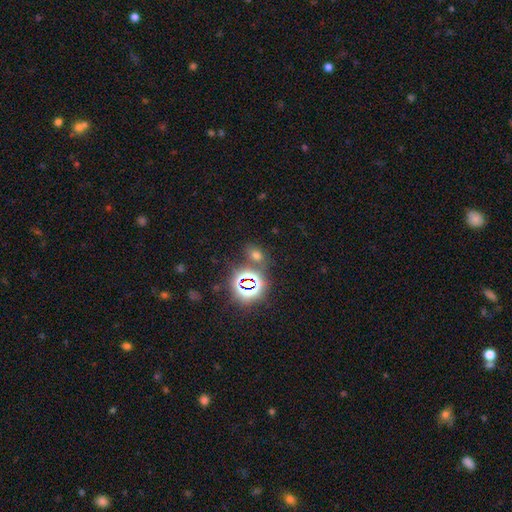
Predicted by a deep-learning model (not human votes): Overall: smooth (52%; star or artifact 40%). How rounded: in between (66%; round 31%). Merging: none (73%).